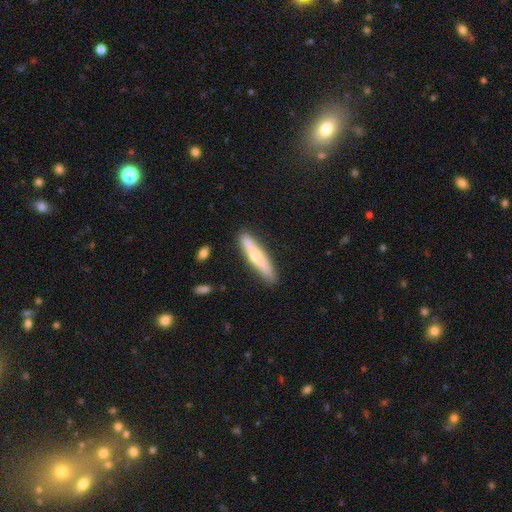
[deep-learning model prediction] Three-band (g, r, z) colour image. It shows a featured or disk galaxy (49%). Merging: none (86%).